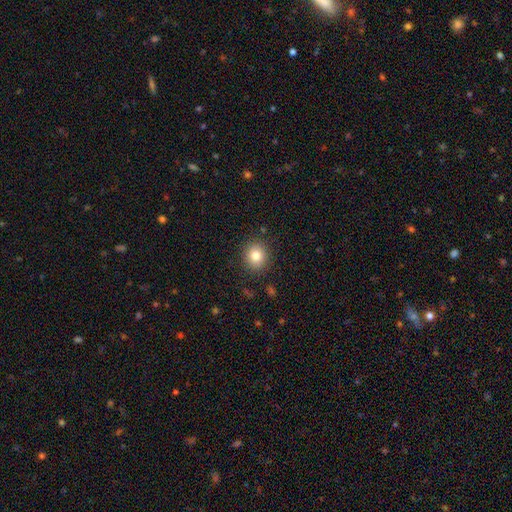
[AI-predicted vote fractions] A smooth galaxy with no disk features (81%) that is round (82%). Merging: none (89%).